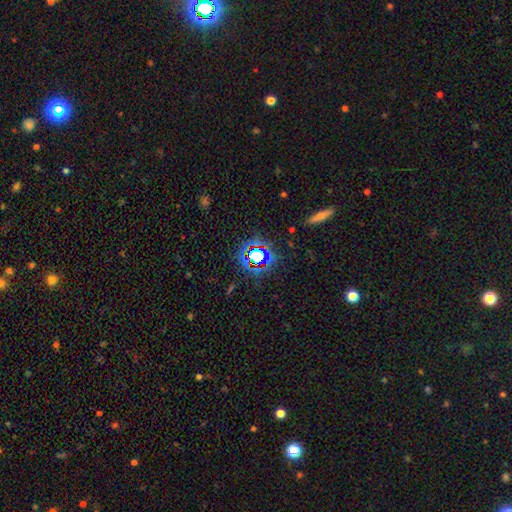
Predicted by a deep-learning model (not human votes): Smooth or featured? Predicted: star or artifact (p=0.69).